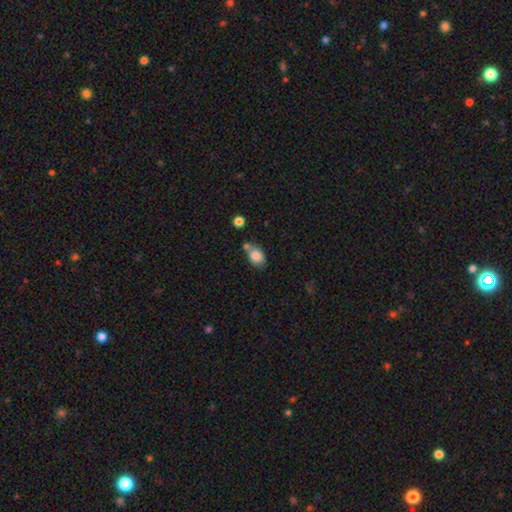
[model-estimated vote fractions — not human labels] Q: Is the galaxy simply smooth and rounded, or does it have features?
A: smooth — 83%.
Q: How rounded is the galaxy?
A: in between — 71%.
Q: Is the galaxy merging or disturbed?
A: none — 50%.